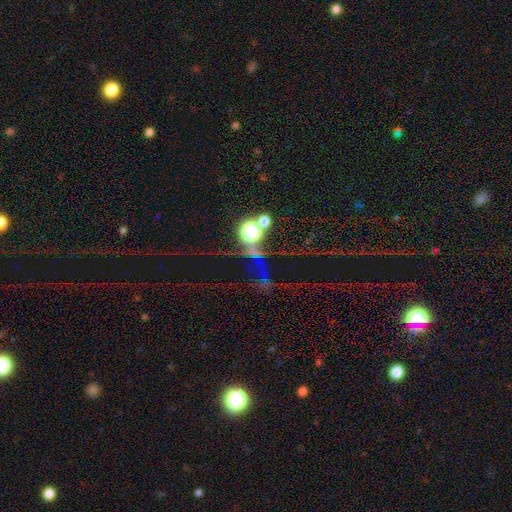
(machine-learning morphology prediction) A star or artifact, not a galaxy (66%).